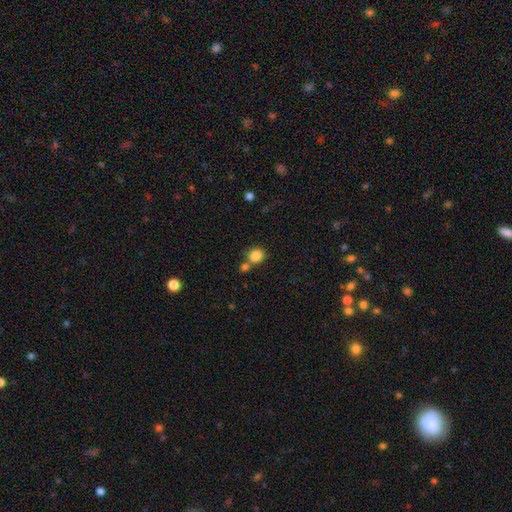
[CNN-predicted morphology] Overall: smooth (84%). How rounded: round (78%). Merging: none (55%; merger 31%).